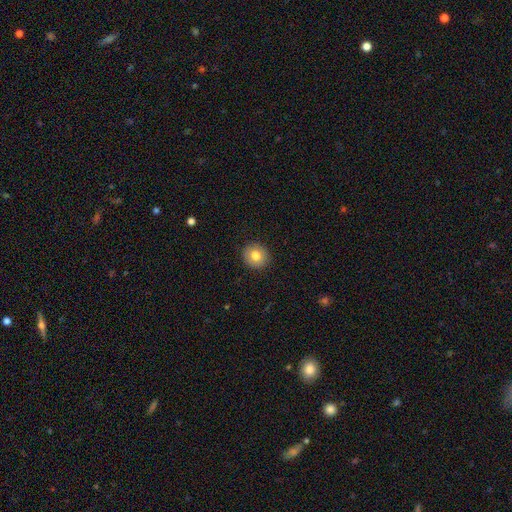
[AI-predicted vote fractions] Morphology: type=smooth (79%); roundness=round (88%); merging=none (91%).